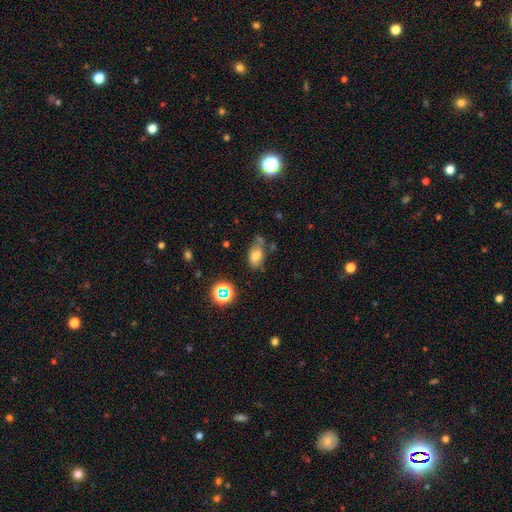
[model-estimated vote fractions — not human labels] A smooth galaxy with no disk features (70%) that is in between round and cigar-shaped (85%).

Vote fractions:
- Smooth or featured? smooth: 70% / featured or disk: 15% / star or artifact: 15%
- How rounded? in between: 85% / round: 12% / cigar-shaped: 2%
- Merging? none: 53% / minor disturbance: 27% / merger: 12% / major disturbance: 9%